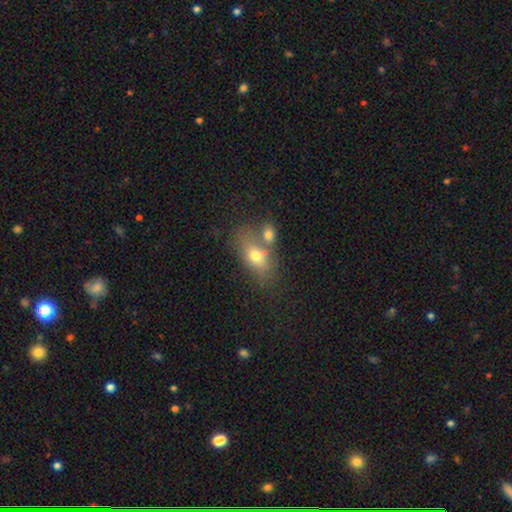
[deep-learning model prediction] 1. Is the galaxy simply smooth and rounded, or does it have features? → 68% smooth, 22% featured or disk, 10% star or artifact.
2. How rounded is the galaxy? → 79% in between, 14% round, 7% cigar-shaped.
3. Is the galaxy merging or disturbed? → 43% none, 39% merger, 13% minor disturbance, 6% major disturbance.